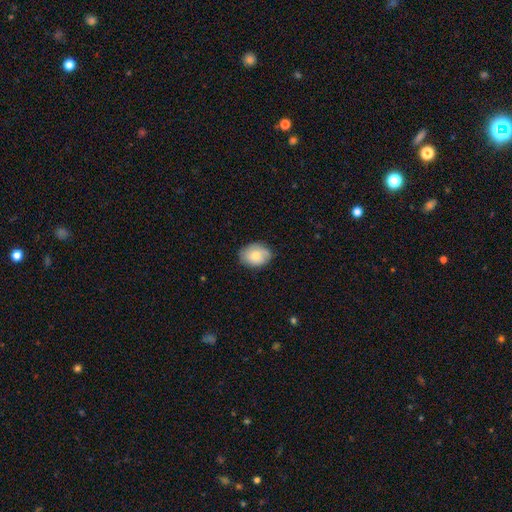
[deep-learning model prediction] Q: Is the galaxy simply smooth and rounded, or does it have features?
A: smooth — 79%.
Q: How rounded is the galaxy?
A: in between — 67%.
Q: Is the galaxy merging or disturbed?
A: none — 80%.